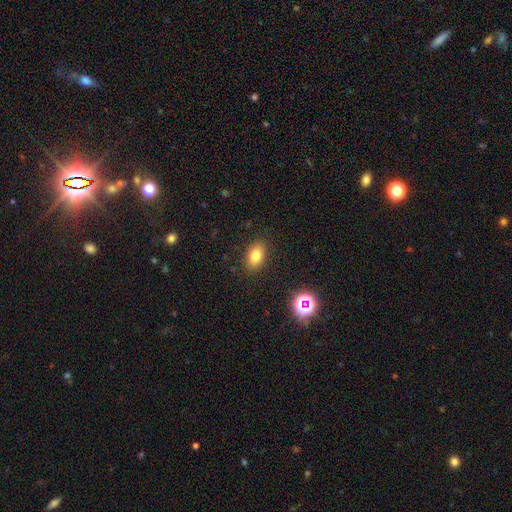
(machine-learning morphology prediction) A smooth galaxy with no disk features (77%) that is in between round and cigar-shaped (85%). Merging: none (87%).